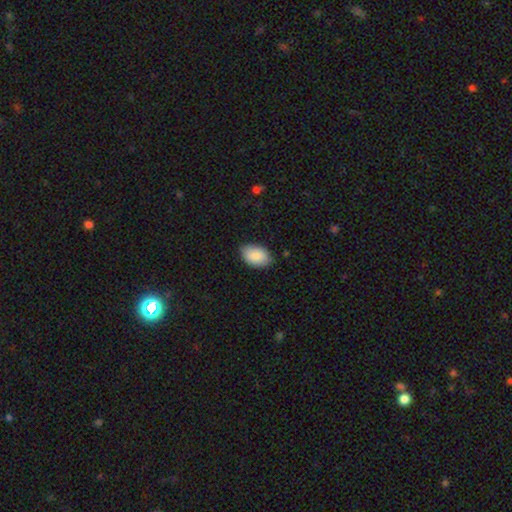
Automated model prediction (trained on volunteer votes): Q: Smooth or featured?
A: smooth (88%); runner-up: featured or disk (6%)
Q: How rounded?
A: in between (92%); runner-up: round (7%)
Q: Merging?
A: none (82%); runner-up: minor disturbance (14%)